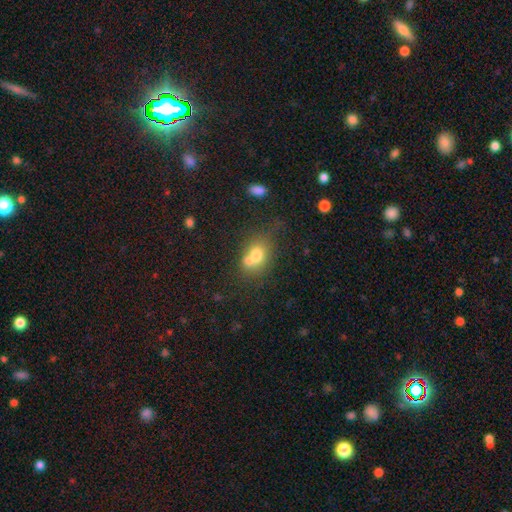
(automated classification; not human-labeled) Overall: smooth (70%). How rounded: round (50%; in between 49%). Merging: merger (47%; none 35%).